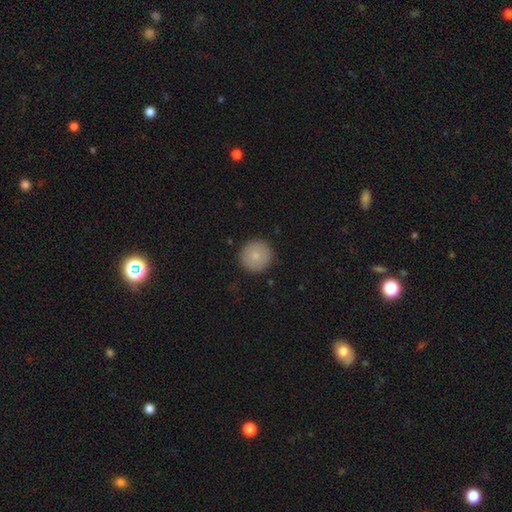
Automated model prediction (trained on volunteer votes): smooth 82%, featured or disk 10%, star or artifact 7%. Down the decision tree: how rounded — round (96%); merging — none (91%).